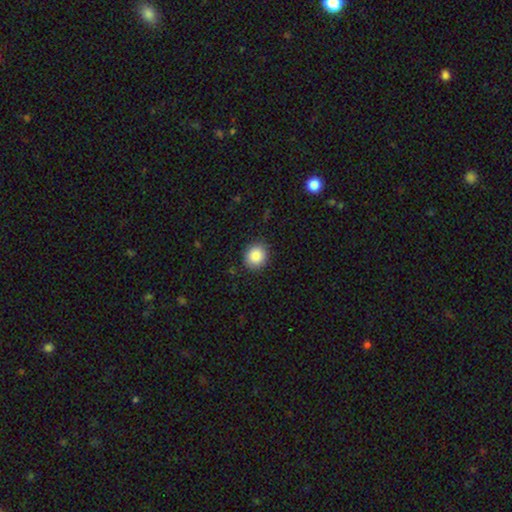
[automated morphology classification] Overall: smooth (87%). How rounded: round (83%). Merging: none (88%).